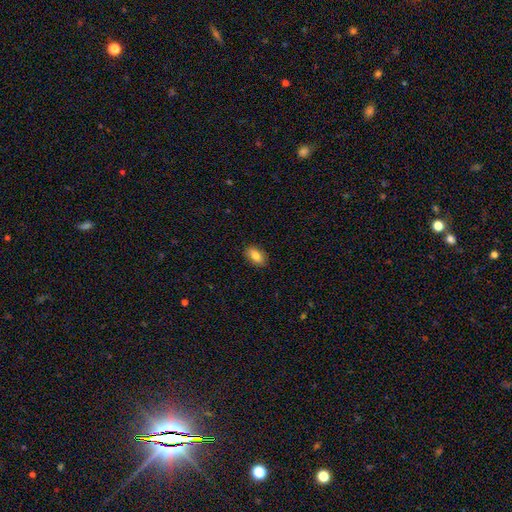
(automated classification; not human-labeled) Smooth or featured?
  - smooth: 82% *
  - featured or disk: 11%
  - star or artifact: 8%
How rounded?
  - in between: 88% *
  - round: 9%
  - cigar-shaped: 3%
Merging?
  - none: 87% *
  - minor disturbance: 10%
  - major disturbance: 2%
  - merger: 1%